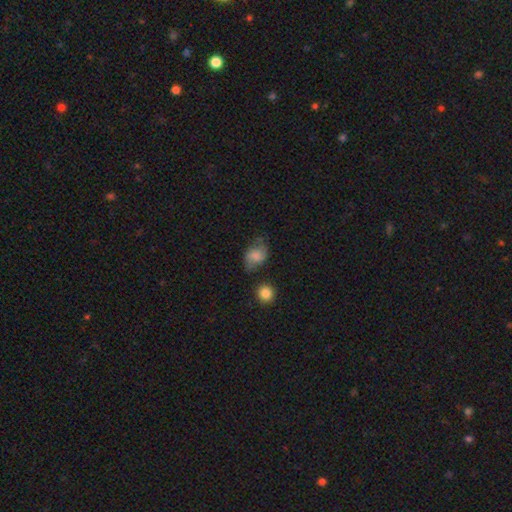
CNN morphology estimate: smooth_or_featured: smooth (p=0.65) [alt: featured or disk p=0.25]
how_rounded: in between (p=0.68) [alt: round p=0.31]
merging: none (p=0.55) [alt: minor disturbance p=0.28]